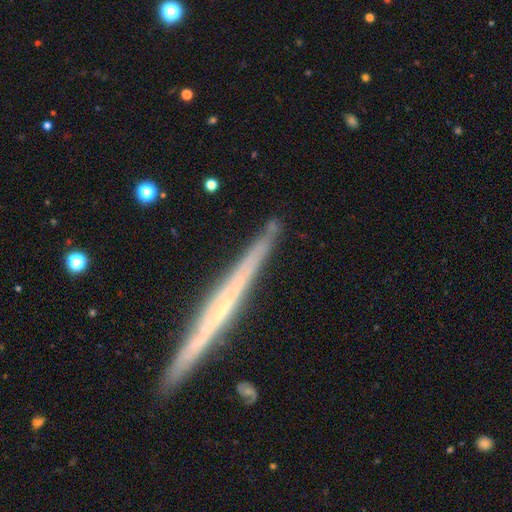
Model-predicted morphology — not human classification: Smooth or featured?
  - featured or disk: 71% *
  - smooth: 22%
  - star or artifact: 8%
Edge-on disk?
  - yes: 95% *
  - no: 5%
Edge-on bulge?
  - none: 71% *
  - rounded: 22%
  - boxy: 7%
Merging?
  - none: 84% *
  - minor disturbance: 11%
  - merger: 3%
  - major disturbance: 2%